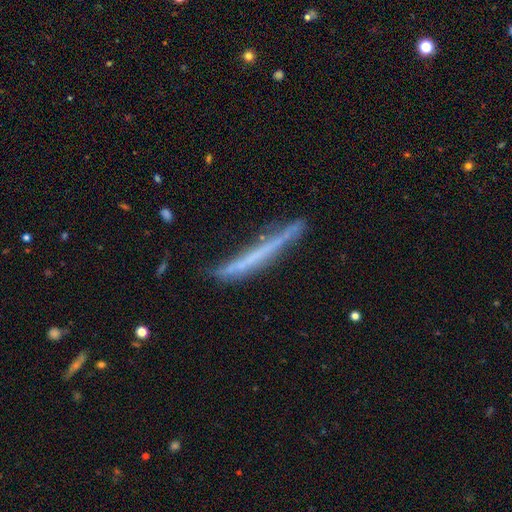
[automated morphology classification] Smooth or featured?
  - featured or disk: 48% *
  - smooth: 45%
  - star or artifact: 7%
Merging?
  - none: 72% *
  - minor disturbance: 21%
  - major disturbance: 5%
  - merger: 3%